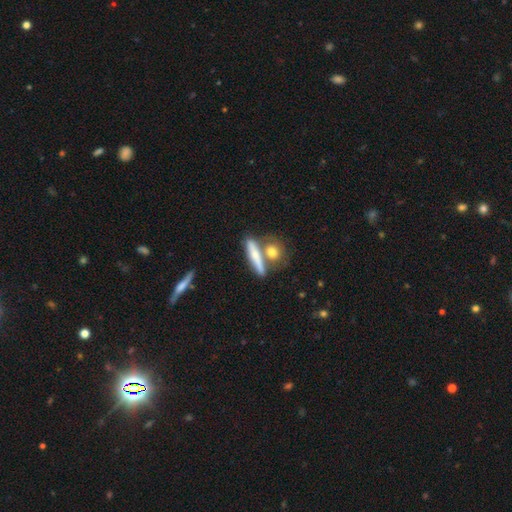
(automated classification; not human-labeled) This appears to be a smooth galaxy with no disk features (65%) that is cigar-shaped (68%). Merging: none (59%).